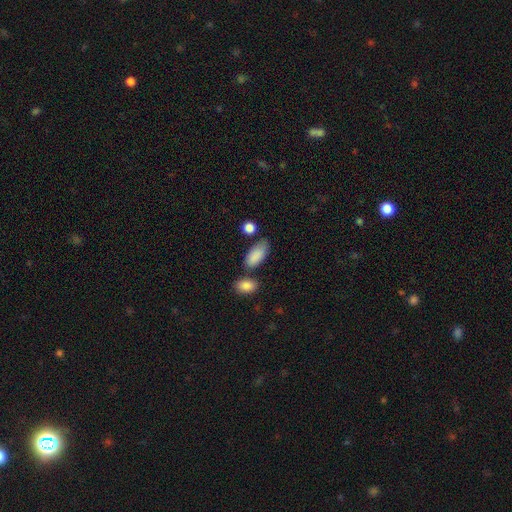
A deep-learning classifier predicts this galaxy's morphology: Smooth or featured?
  - smooth: 88% *
  - star or artifact: 7%
  - featured or disk: 6%
How rounded?
  - in between: 91% *
  - cigar-shaped: 6%
  - round: 3%
Merging?
  - none: 65% *
  - minor disturbance: 20%
  - merger: 10%
  - major disturbance: 5%